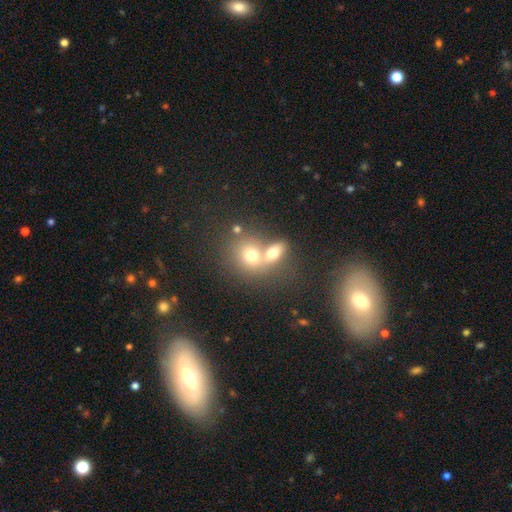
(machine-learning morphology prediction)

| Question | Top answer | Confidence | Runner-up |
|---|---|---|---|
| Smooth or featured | smooth | 64% | featured or disk (19%) |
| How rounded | round | 65% | in between (33%) |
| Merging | merger | 55% | none (33%) |